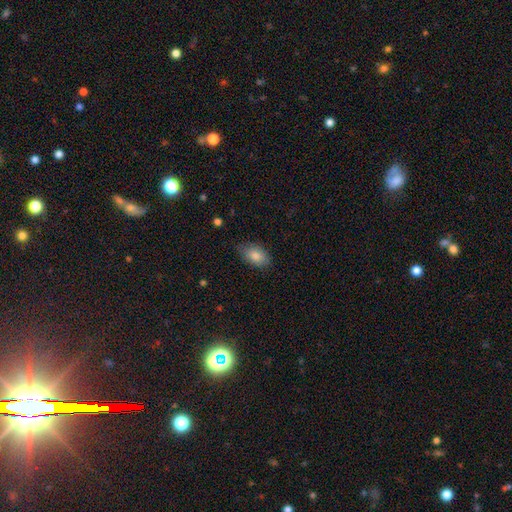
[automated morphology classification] A smooth galaxy with no disk features (84%) that is in between round and cigar-shaped (91%).

Vote fractions:
- Smooth or featured? smooth: 84% / featured or disk: 9% / star or artifact: 7%
- How rounded? in between: 91% / round: 7% / cigar-shaped: 2%
- Merging? none: 75% / minor disturbance: 20% / major disturbance: 4% / merger: 1%